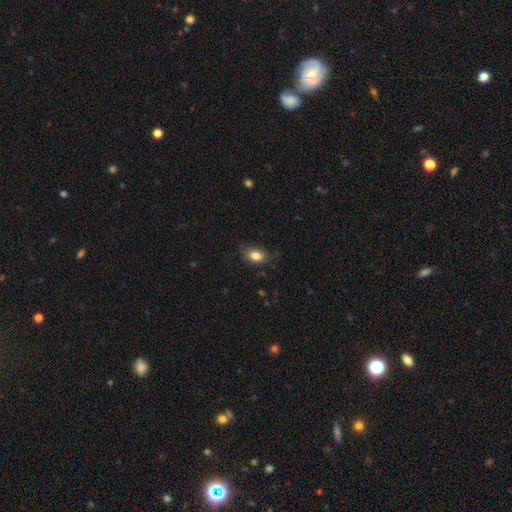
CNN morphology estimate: Q: Smooth or featured?
A: smooth (84%); runner-up: star or artifact (9%)
Q: How rounded?
A: in between (80%); runner-up: round (19%)
Q: Merging?
A: none (79%); runner-up: minor disturbance (17%)